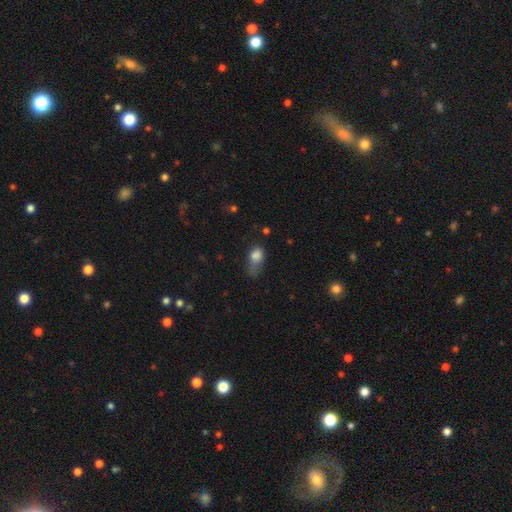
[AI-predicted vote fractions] The model was most divided on "merging": major disturbance: 36%, minor disturbance: 35%, none: 23%, merger: 6%. More confident: smooth or featured — smooth (79%); how rounded — in between (77%).